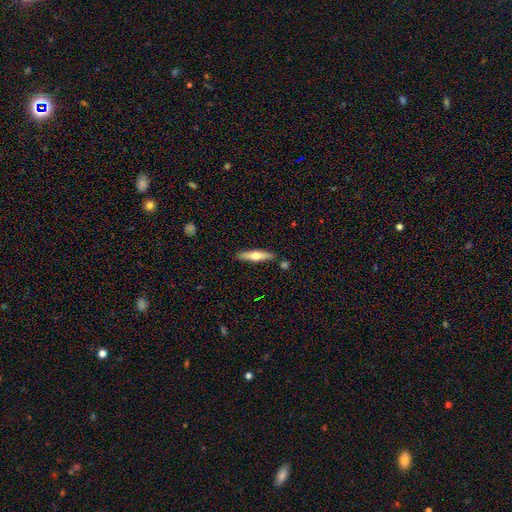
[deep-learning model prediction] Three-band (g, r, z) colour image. It shows a featured or disk galaxy (51%) viewed edge-on (93%). Merging: none (87%).